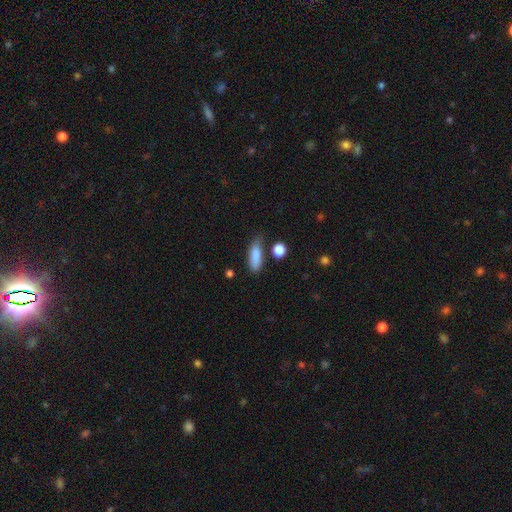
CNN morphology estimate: A smooth galaxy with no disk features (84%) that is in between round and cigar-shaped (58%). Merging: none (61%).